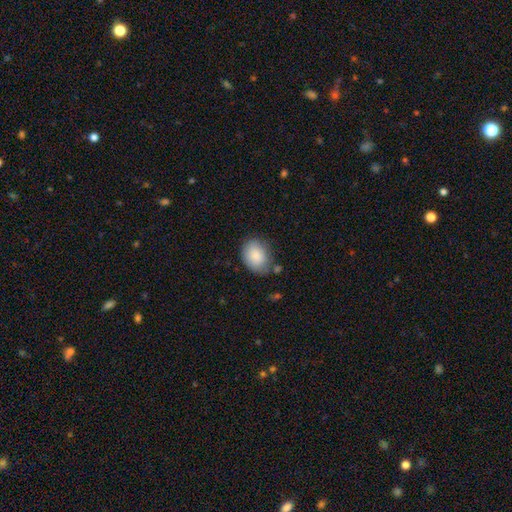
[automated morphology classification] smooth-or-featured: smooth: 86% | star or artifact: 7% | featured or disk: 7%
  how-rounded: in between: 64% | round: 35% | cigar-shaped: 1%
  merging: none: 68% | minor disturbance: 21% | major disturbance: 6% | merger: 5%